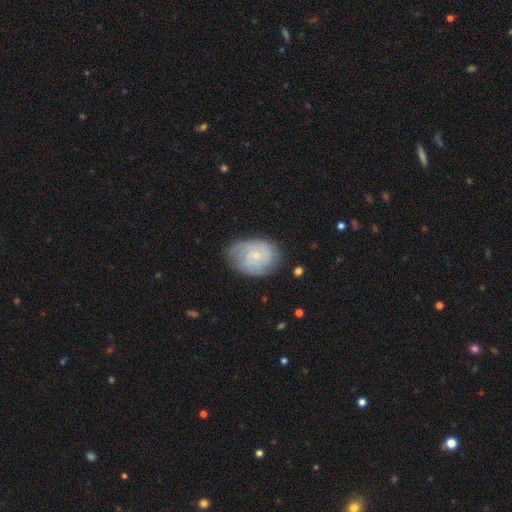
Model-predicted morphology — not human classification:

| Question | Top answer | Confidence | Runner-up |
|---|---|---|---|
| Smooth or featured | featured or disk | 56% | smooth (37%) |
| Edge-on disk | no | 97% | yes (3%) |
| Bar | no | 74% | weak (23%) |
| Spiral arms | yes | 83% | no (17%) |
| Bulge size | small | 77% | moderate (18%) |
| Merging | none | 63% | minor disturbance (27%) |